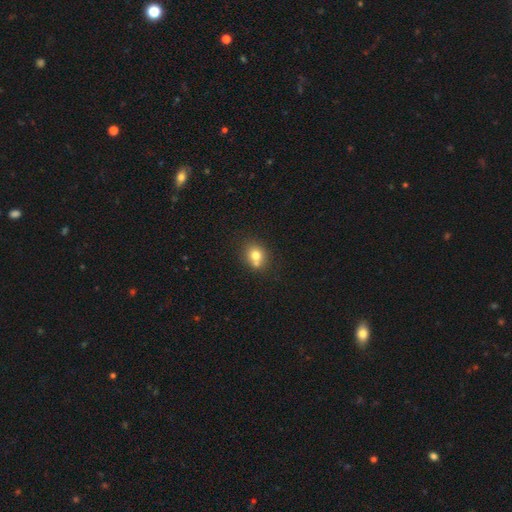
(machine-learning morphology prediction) This is likely a smooth galaxy (75%). How rounded: likely round (70%). Merging: possibly none (56%).